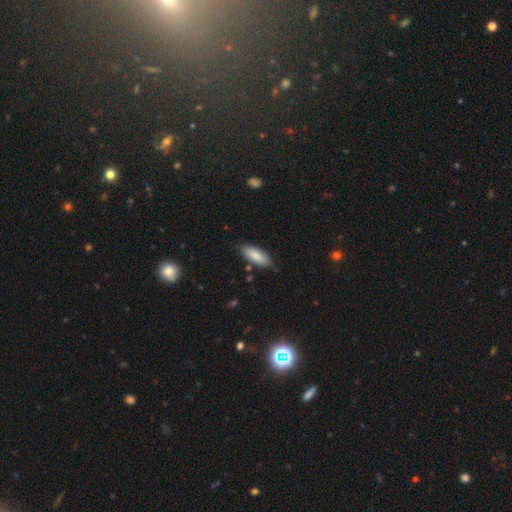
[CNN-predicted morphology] This appears to be a smooth galaxy with no disk features (84%) that is in between round and cigar-shaped (77%). Merging: none (83%).